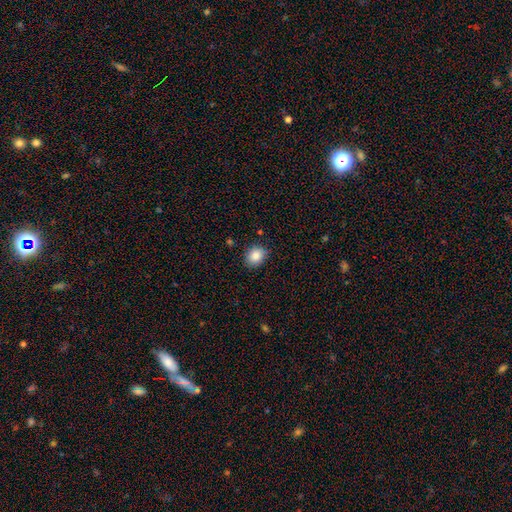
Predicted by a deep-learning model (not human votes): smooth_or_featured: smooth (p=0.86) [alt: star or artifact p=0.09]
how_rounded: round (p=0.58) [alt: in between p=0.41]
merging: none (p=0.84) [alt: minor disturbance p=0.12]